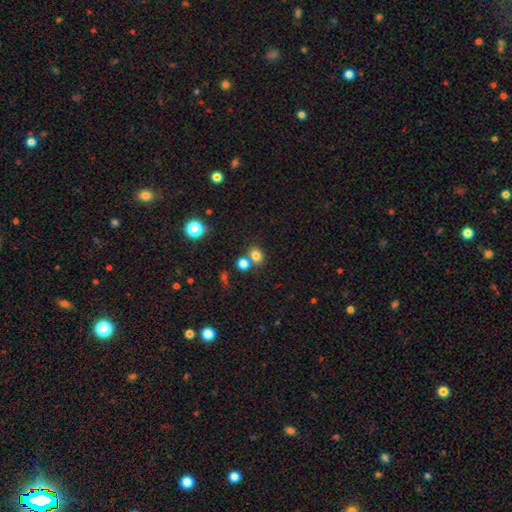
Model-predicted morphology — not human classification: Q: Smooth or featured?
A: smooth (79%); runner-up: star or artifact (14%)
Q: How rounded?
A: round (62%); runner-up: in between (37%)
Q: Merging?
A: none (59%); runner-up: merger (28%)